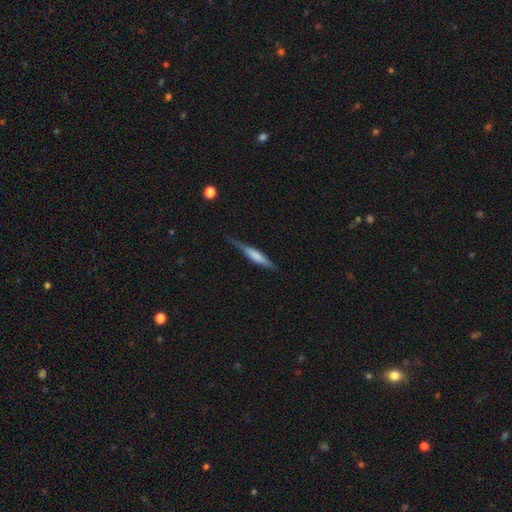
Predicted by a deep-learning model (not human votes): Smooth or featured?
  - smooth: 50% *
  - featured or disk: 44%
  - star or artifact: 6%
How rounded?
  - cigar-shaped: 88% *
  - in between: 10%
  - round: 2%
Merging?
  - none: 71% *
  - minor disturbance: 22%
  - major disturbance: 5%
  - merger: 2%